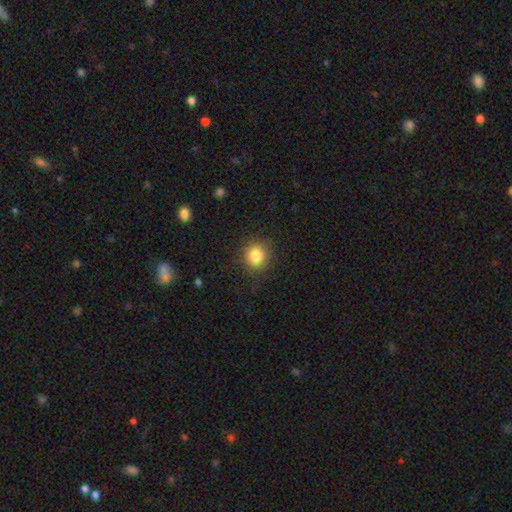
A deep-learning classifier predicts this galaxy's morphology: smooth-or-featured: smooth: 84% | star or artifact: 10% | featured or disk: 6%
  how-rounded: round: 82% | in between: 17% | cigar-shaped: 1%
  merging: none: 87% | minor disturbance: 9% | major disturbance: 3% | merger: 1%